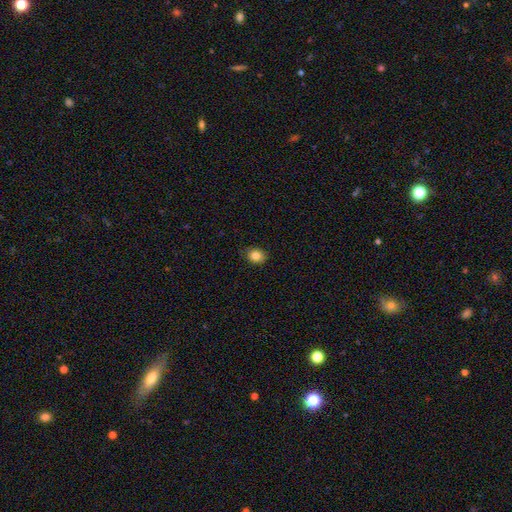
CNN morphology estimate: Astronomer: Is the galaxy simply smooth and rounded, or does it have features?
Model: smooth — 84%.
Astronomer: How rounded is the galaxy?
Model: round — 62% (runner-up: in between, 37%).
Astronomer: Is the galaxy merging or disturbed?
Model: none — 86%.